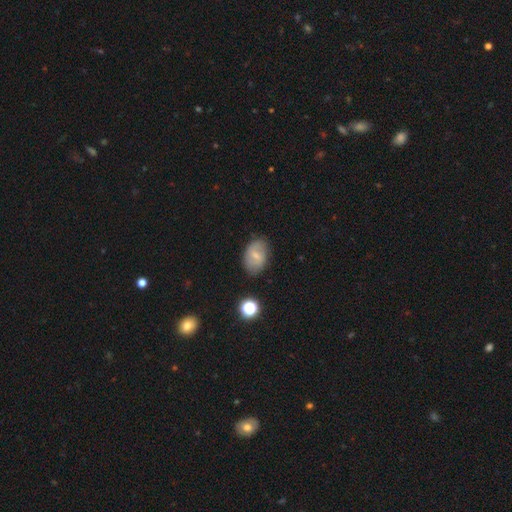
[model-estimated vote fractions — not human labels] Morphology: type=smooth (57%); roundness=in between (82%); merging=none (77%).